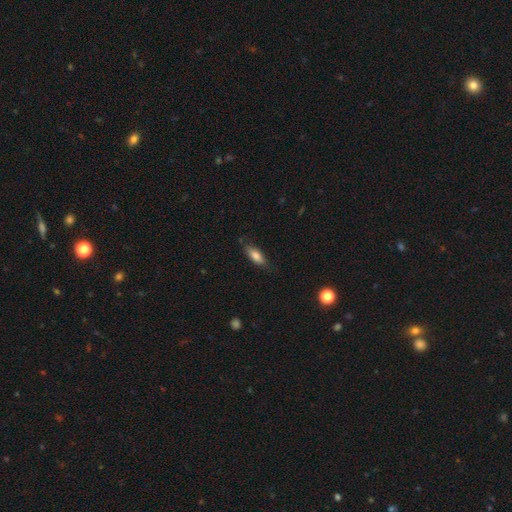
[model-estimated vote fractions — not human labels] Smooth or featured?
  - smooth: 81% *
  - featured or disk: 12%
  - star or artifact: 7%
How rounded?
  - in between: 71% *
  - cigar-shaped: 27%
  - round: 2%
Merging?
  - none: 77% *
  - minor disturbance: 18%
  - major disturbance: 4%
  - merger: 1%